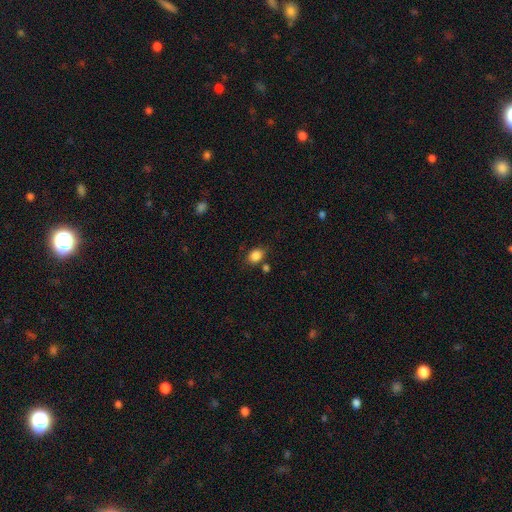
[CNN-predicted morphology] smooth-or-featured: smooth: 85% | star or artifact: 10% | featured or disk: 5%
  how-rounded: in between: 61% | round: 38% | cigar-shaped: 1%
  merging: none: 72% | minor disturbance: 16% | merger: 8% | major disturbance: 4%